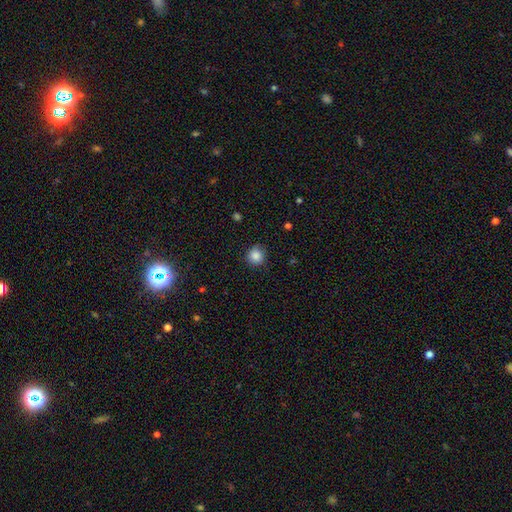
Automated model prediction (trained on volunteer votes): Smooth or featured? smooth (86%)
How rounded? round (91%)
Merging? none (85%)